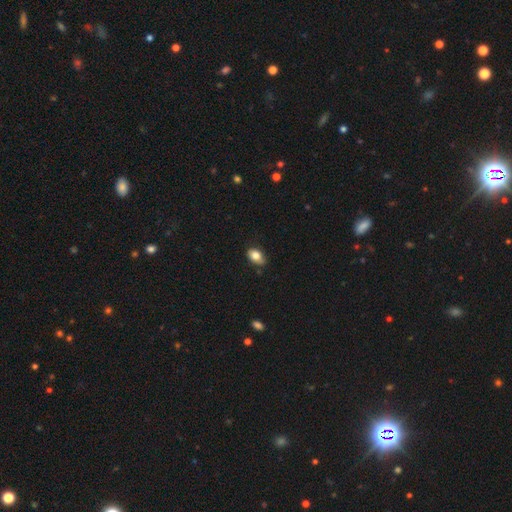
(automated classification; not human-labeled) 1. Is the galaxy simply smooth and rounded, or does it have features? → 83% smooth, 8% featured or disk, 8% star or artifact.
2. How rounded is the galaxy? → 86% in between, 12% round, 2% cigar-shaped.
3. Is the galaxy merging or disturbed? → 72% none, 23% minor disturbance, 3% major disturbance, 2% merger.